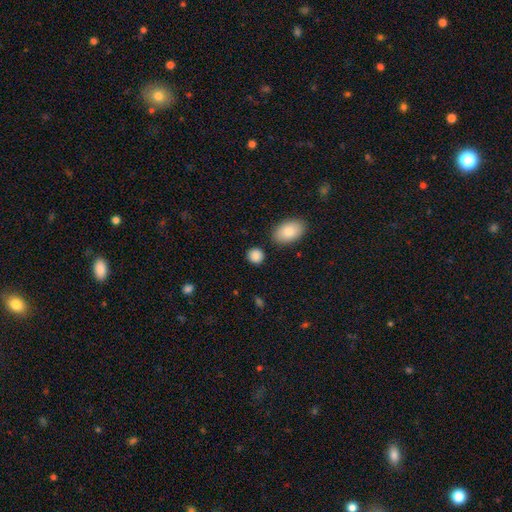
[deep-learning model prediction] Overall: smooth (87%). How rounded: round (79%). Merging: none (84%).